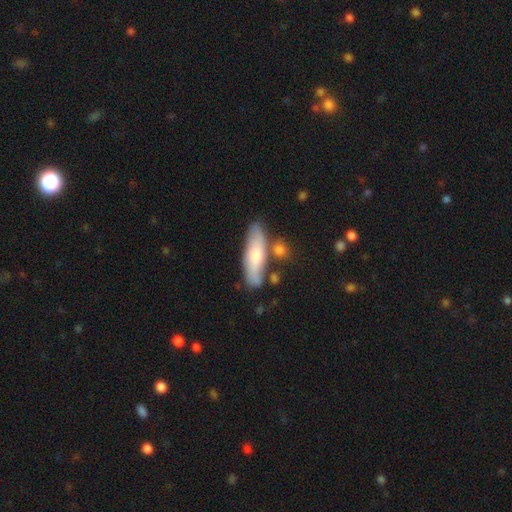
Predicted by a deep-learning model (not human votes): Q: Smooth or featured?
A: smooth (61%); runner-up: featured or disk (33%)
Q: How rounded?
A: cigar-shaped (55%); runner-up: in between (43%)
Q: Merging?
A: none (70%); runner-up: minor disturbance (16%)